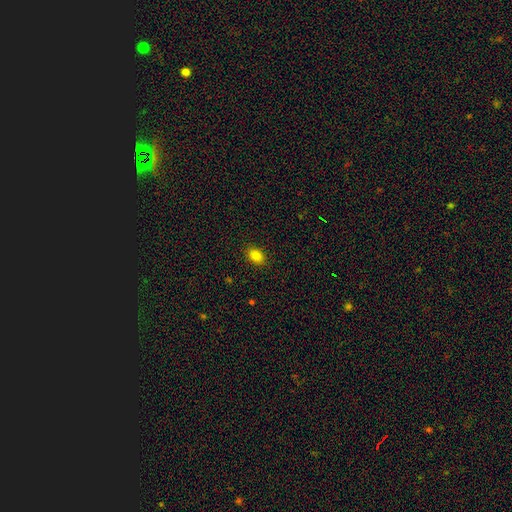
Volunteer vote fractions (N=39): Overall: smooth (85%). How rounded: in between (82%). Merging: none (91%).